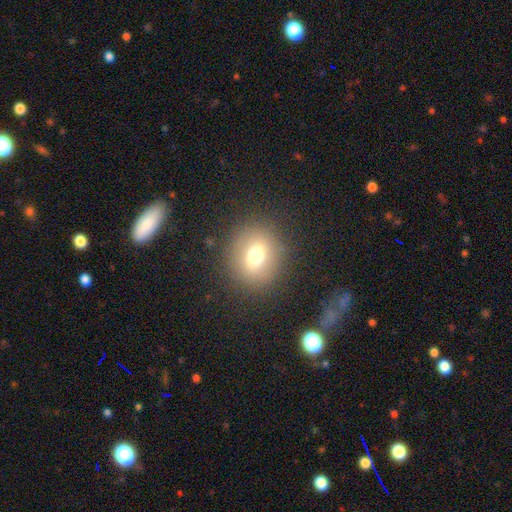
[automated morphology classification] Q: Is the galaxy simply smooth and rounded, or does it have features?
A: smooth — 68%.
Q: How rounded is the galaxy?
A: round — 71%.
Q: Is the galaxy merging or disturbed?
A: none — 86%.